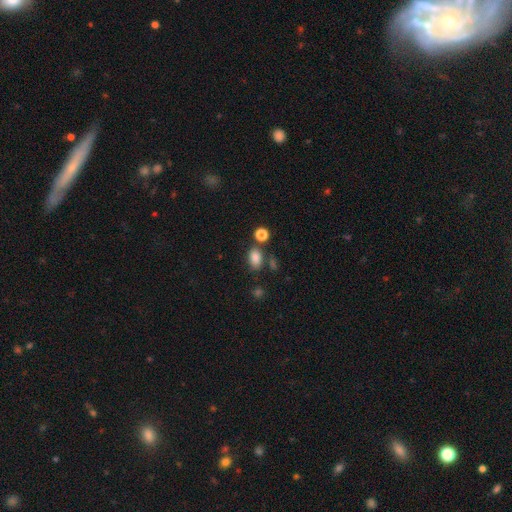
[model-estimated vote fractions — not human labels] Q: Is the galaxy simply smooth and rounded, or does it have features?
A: smooth — 83%.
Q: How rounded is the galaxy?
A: in between — 82%.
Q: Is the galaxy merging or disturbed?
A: none — 70%.